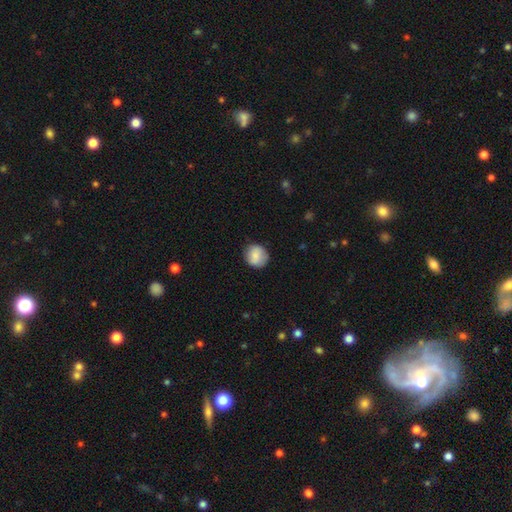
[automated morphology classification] Smooth or featured? Predicted: smooth (p=0.83). How rounded? Predicted: round (p=0.88). Merging? Predicted: none (p=0.84).